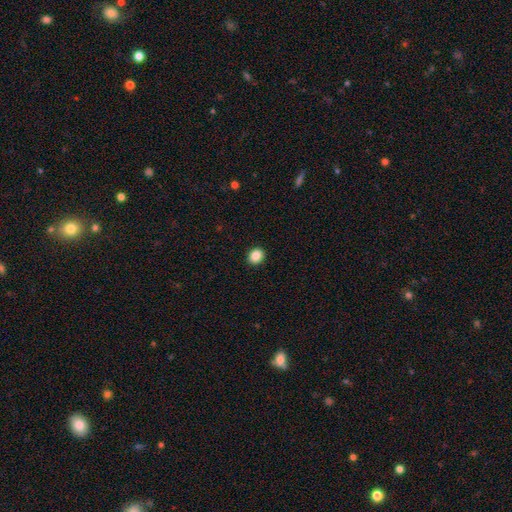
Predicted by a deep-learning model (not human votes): Smooth or featured? smooth (87%)
How rounded? round (69%)
Merging? none (92%)